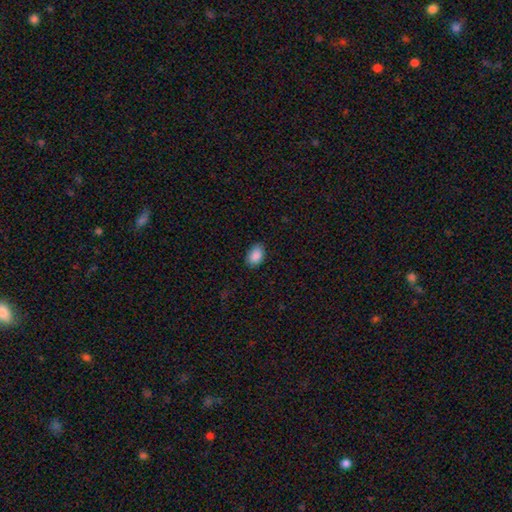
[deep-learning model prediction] Q: Smooth or featured?
A: smooth (89%); runner-up: star or artifact (7%)
Q: How rounded?
A: in between (90%); runner-up: round (8%)
Q: Merging?
A: none (83%); runner-up: minor disturbance (13%)